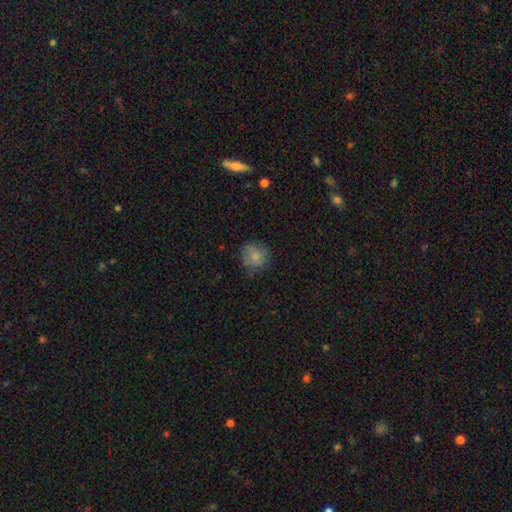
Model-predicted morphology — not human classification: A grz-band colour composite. It shows a smooth galaxy with no disk features (75%) that is round (85%). Merging: none (69%).